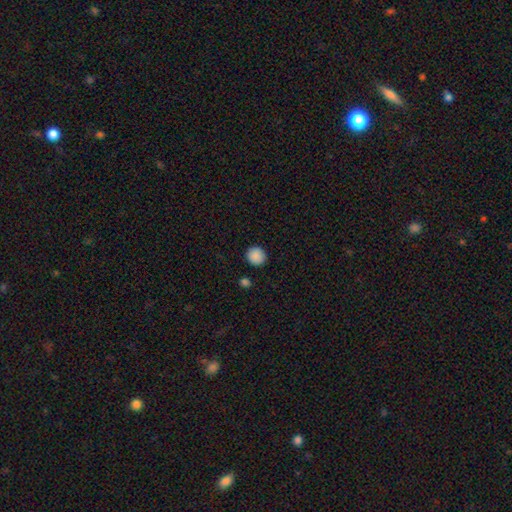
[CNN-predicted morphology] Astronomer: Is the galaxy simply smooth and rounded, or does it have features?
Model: smooth — 88%.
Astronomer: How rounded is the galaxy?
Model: round — 91%.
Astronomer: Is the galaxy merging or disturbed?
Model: none — 89%.